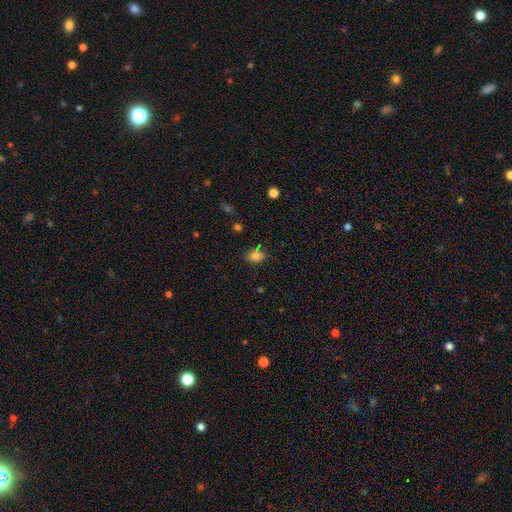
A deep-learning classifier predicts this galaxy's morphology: This is clearly a smooth galaxy (81%). How rounded: possibly in between (58%). Merging: likely none (79%).